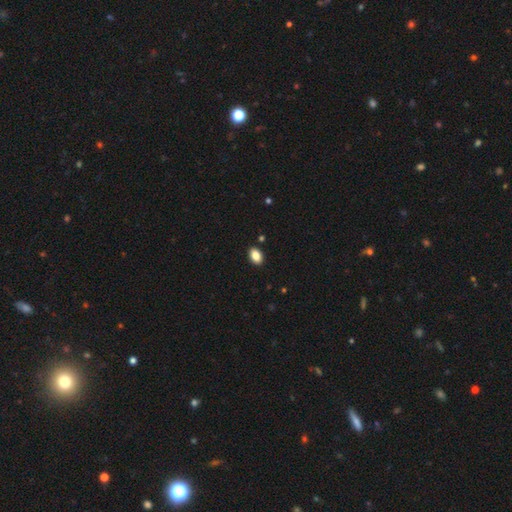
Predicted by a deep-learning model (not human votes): Q: Smooth or featured?
A: smooth (86%); runner-up: star or artifact (9%)
Q: How rounded?
A: in between (87%); runner-up: round (11%)
Q: Merging?
A: none (90%); runner-up: minor disturbance (7%)